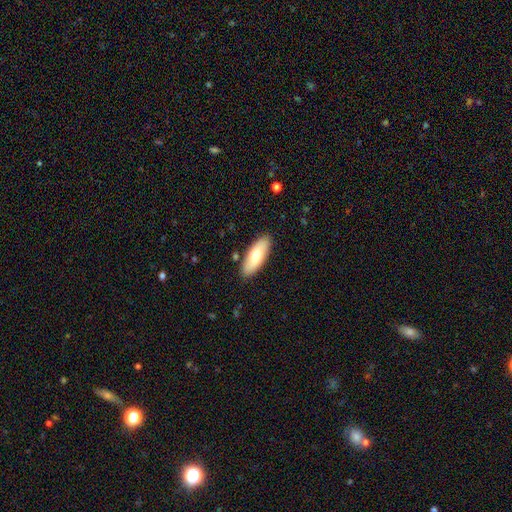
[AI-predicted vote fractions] smooth_or_featured: smooth (p=0.74) [alt: featured or disk p=0.21]
how_rounded: in between (p=0.74) [alt: cigar-shaped p=0.25]
merging: none (p=0.87) [alt: minor disturbance p=0.09]